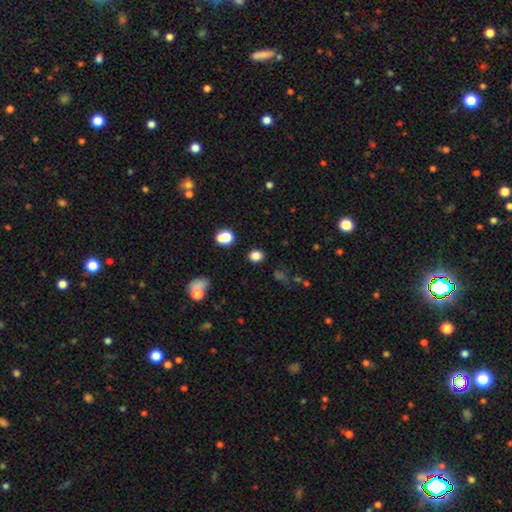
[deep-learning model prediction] Q: Smooth or featured?
A: smooth (81%); runner-up: star or artifact (15%)
Q: How rounded?
A: round (73%); runner-up: in between (26%)
Q: Merging?
A: none (87%); runner-up: minor disturbance (7%)